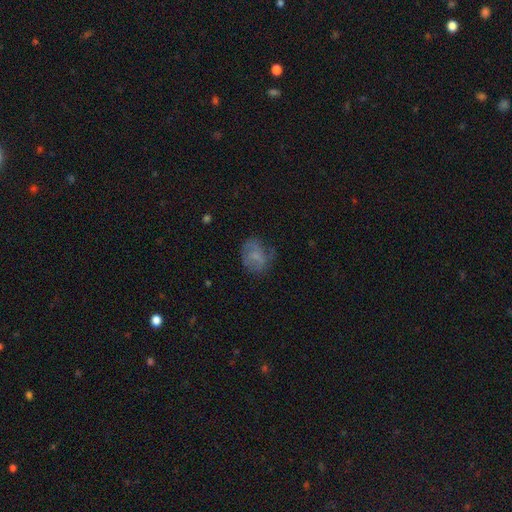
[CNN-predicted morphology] A smooth galaxy with no disk features (55%) that is in between round and cigar-shaped (50%).

Vote fractions:
- Smooth or featured? smooth: 55% / featured or disk: 34% / star or artifact: 11%
- How rounded? in between: 50% / round: 49% / cigar-shaped: 1%
- Merging? none: 53% / minor disturbance: 28% / major disturbance: 18% / merger: 2%